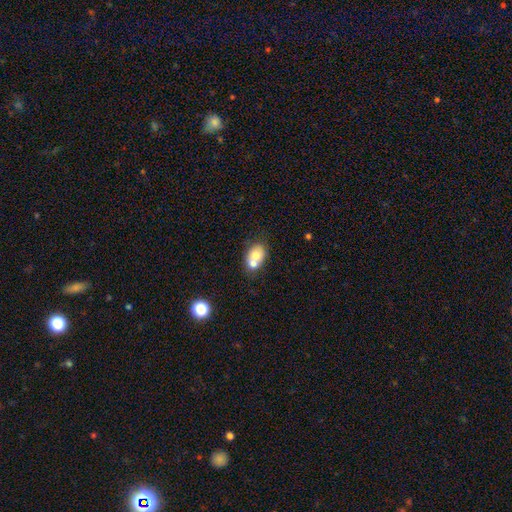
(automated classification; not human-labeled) The model was most divided on "how rounded": in between: 60%, round: 39%, cigar-shaped: 1%. More confident: smooth or featured — smooth (66%); merging — merger (56%).